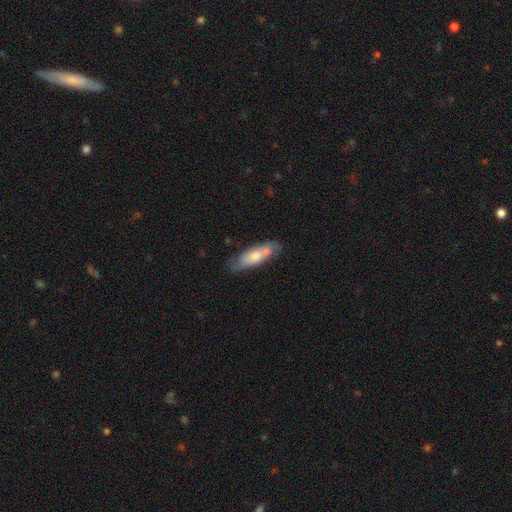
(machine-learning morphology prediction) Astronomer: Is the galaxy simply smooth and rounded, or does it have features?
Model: smooth — 66%.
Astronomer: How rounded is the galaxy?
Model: in between — 53% (runner-up: cigar-shaped, 45%).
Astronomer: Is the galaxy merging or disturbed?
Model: none — 54%.